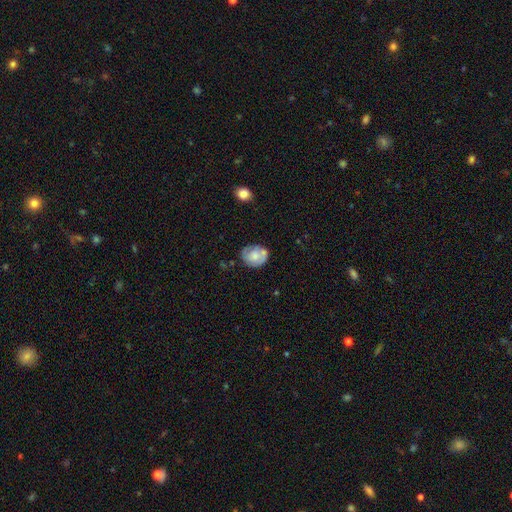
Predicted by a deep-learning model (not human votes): Overall: smooth (50%; featured or disk 42%). How rounded: round (57%; in between 42%). Merging: none (58%; minor disturbance 24%).